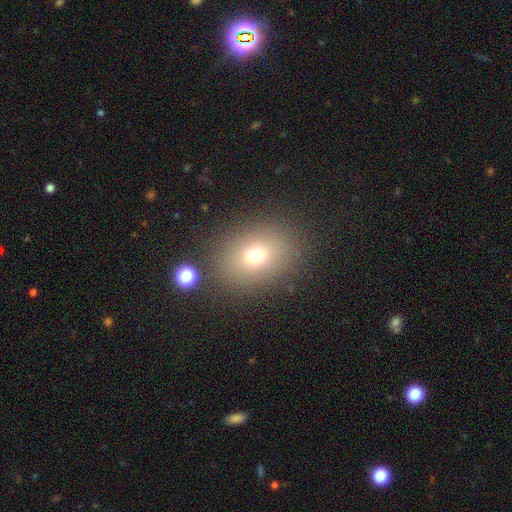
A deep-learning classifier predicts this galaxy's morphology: Overall: smooth (71%). How rounded: in between (57%; round 42%). Merging: none (83%).